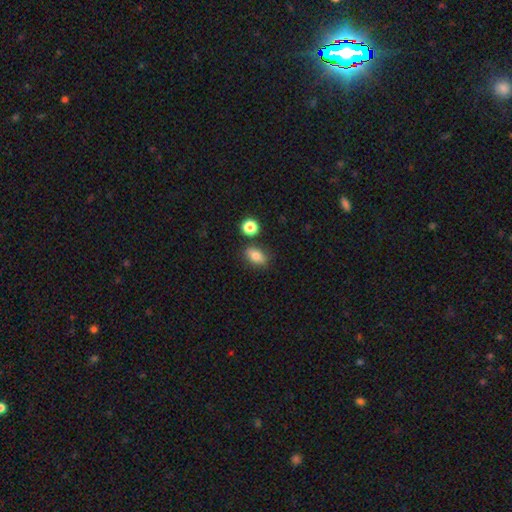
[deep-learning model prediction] Smooth or featured? smooth (81%)
How rounded? in between (82%)
Merging? none (80%)